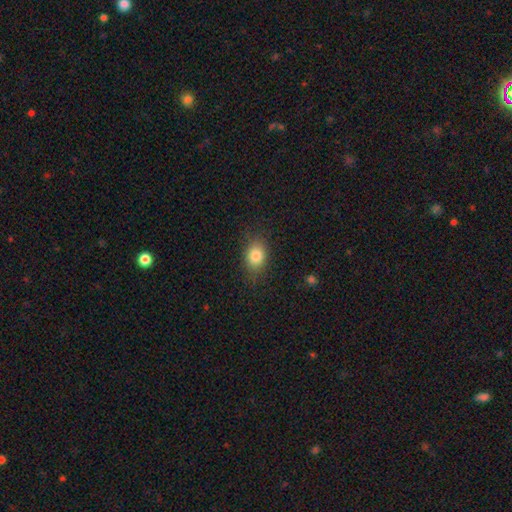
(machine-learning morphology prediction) A smooth galaxy with no disk features (82%) that is in between round and cigar-shaped (68%).

Vote fractions:
- Smooth or featured? smooth: 82% / star or artifact: 9% / featured or disk: 8%
- How rounded? in between: 68% / round: 31% / cigar-shaped: 2%
- Merging? none: 81% / minor disturbance: 14% / major disturbance: 4% / merger: 1%